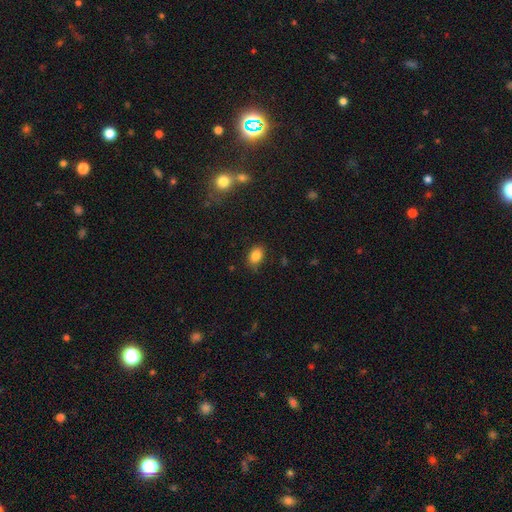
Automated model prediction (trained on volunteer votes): A smooth galaxy with no disk features (85%) that is in between round and cigar-shaped (77%). Merging: none (82%).